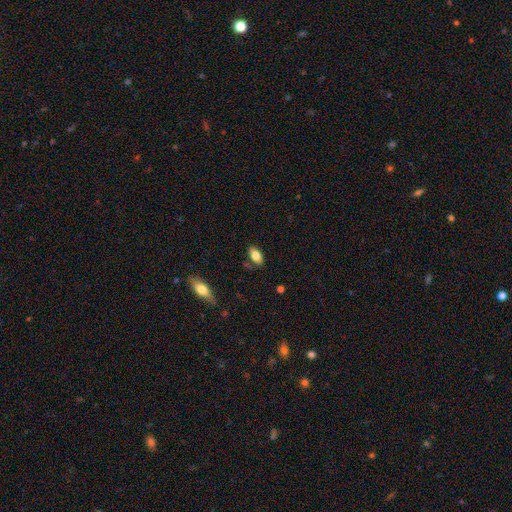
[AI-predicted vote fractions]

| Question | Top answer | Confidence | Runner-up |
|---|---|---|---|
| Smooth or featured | smooth | 81% | featured or disk (12%) |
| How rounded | in between | 91% | cigar-shaped (5%) |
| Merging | none | 81% | minor disturbance (13%) |